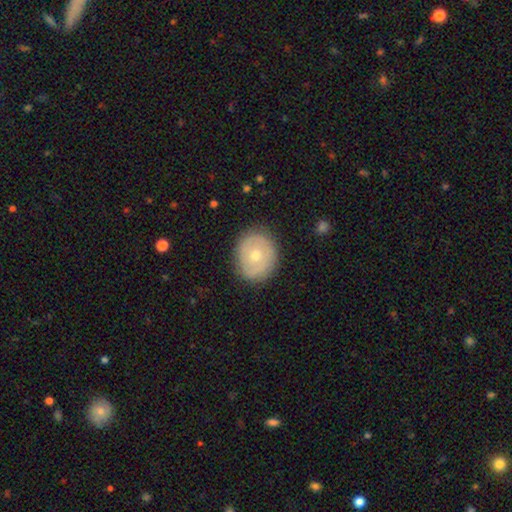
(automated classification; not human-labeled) smooth-or-featured: featured or disk: 48% | smooth: 46% | star or artifact: 7%
  merging: none: 83% | minor disturbance: 12% | major disturbance: 4% | merger: 1%